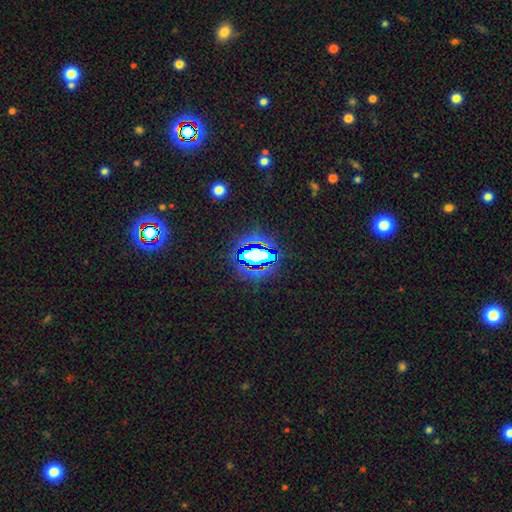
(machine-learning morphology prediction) Smooth or featured: star or artifact — 69% (smooth — 19%)